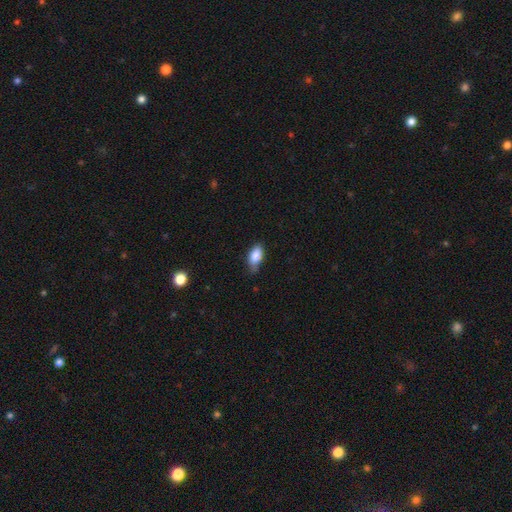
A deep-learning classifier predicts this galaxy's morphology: This appears to be a smooth galaxy with no disk features (83%) that is in between round and cigar-shaped (89%). Merging: none (61%).